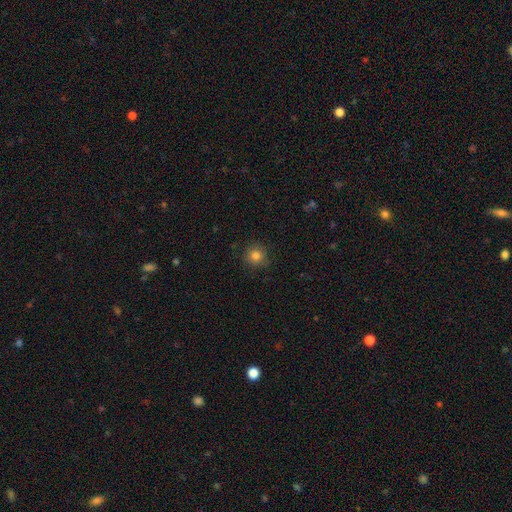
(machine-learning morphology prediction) smooth 83%, star or artifact 12%, featured or disk 5%. Down the decision tree: how rounded — round (93%); merging — none (87%).